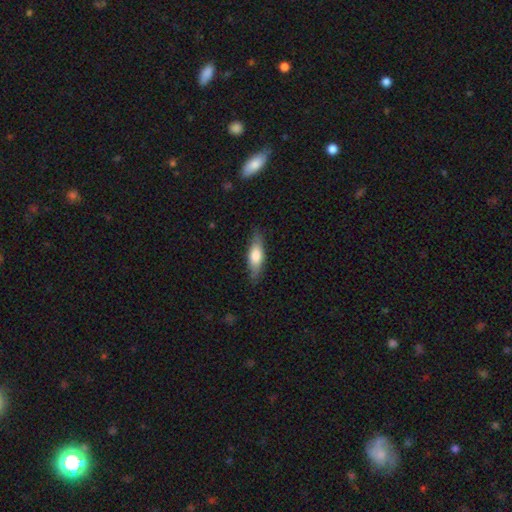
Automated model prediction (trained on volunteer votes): Overall: smooth (66%; featured or disk 29%). How rounded: in between (52%; cigar-shaped 46%). Merging: none (82%).